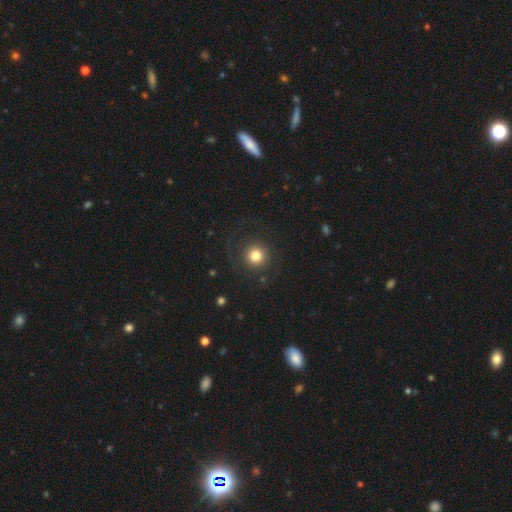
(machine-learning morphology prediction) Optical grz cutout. It shows a smooth galaxy with no disk features (77%) that is round (94%). Merging: none (83%).